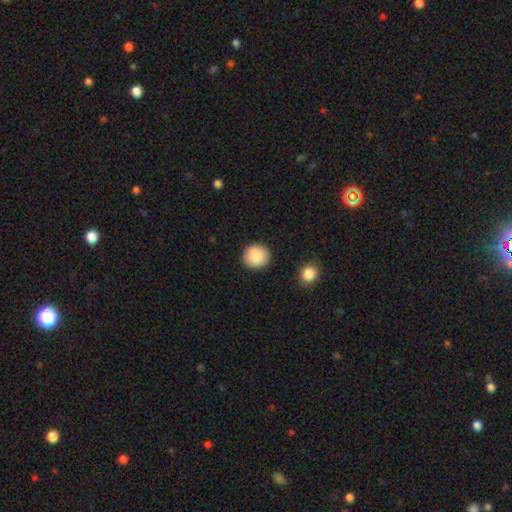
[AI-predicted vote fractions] Overall: smooth (88%). How rounded: round (88%). Merging: none (89%).